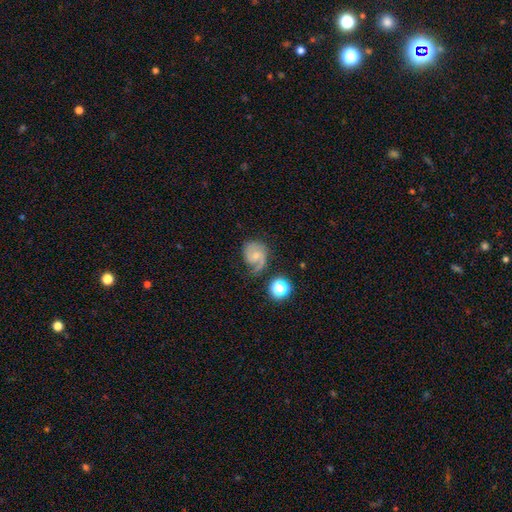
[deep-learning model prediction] Q: Smooth or featured?
A: featured or disk (73%); runner-up: smooth (19%)
Q: Edge-on disk?
A: no (98%); runner-up: yes (2%)
Q: Bar?
A: no (61%); runner-up: weak (34%)
Q: Spiral arms?
A: yes (94%); runner-up: no (6%)
Q: Spiral winding?
A: medium (47%); runner-up: tight (31%)
Q: Spiral arm count?
A: 2 (60%); runner-up: 1 (26%)
Q: Bulge size?
A: small (59%); runner-up: moderate (31%)
Q: Merging?
A: none (56%); runner-up: minor disturbance (24%)